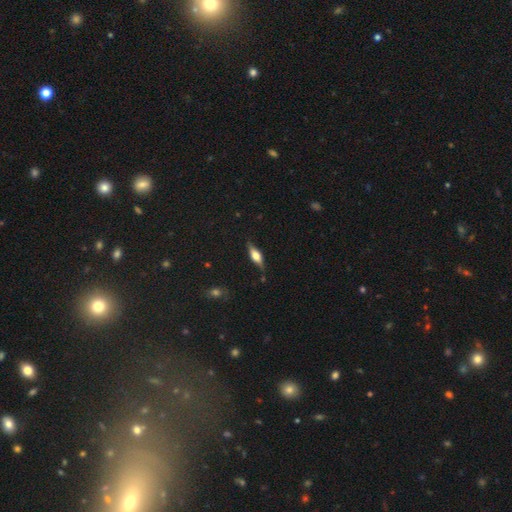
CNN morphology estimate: This is possibly a featured or disk galaxy (57%). It is clearly viewed edge-on (93%). Edge-on bulge: clearly rounded (89%). Merging: clearly none (81%).